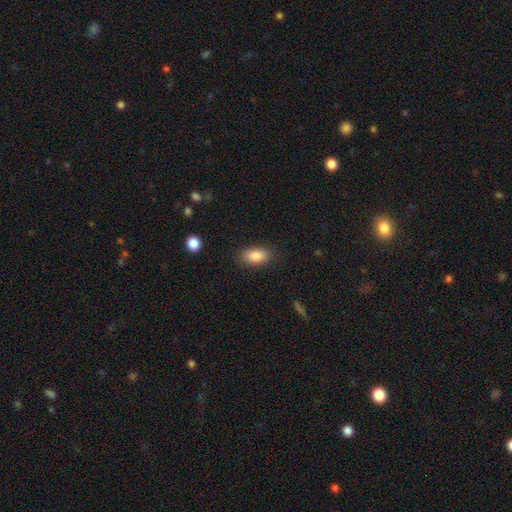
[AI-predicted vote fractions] Smooth or featured: smooth — 85% (star or artifact — 8%)
How rounded: in between — 90% (round — 6%)
Merging: none — 85% (minor disturbance — 11%)